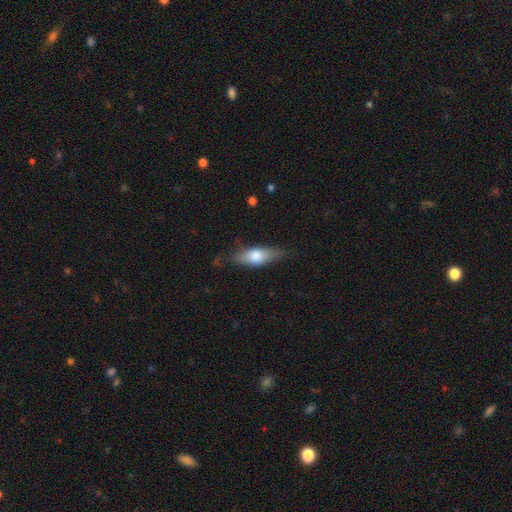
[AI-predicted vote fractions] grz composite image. It shows a smooth galaxy with no disk features (69%) that is in between round and cigar-shaped (68%). Merging: none (70%).